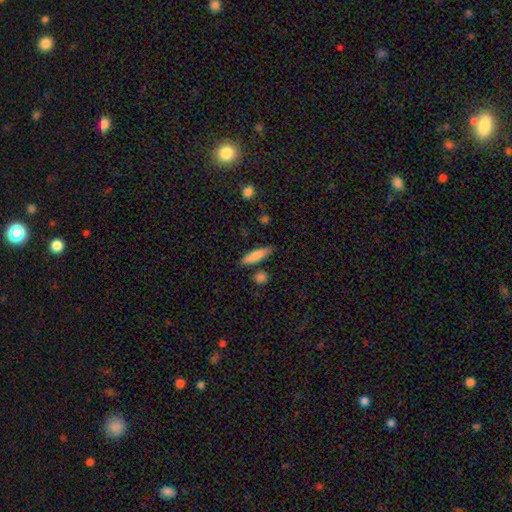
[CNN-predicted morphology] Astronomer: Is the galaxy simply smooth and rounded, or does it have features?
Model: smooth — 80%.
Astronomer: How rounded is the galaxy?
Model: cigar-shaped — 72%.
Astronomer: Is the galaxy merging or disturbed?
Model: none — 83%.